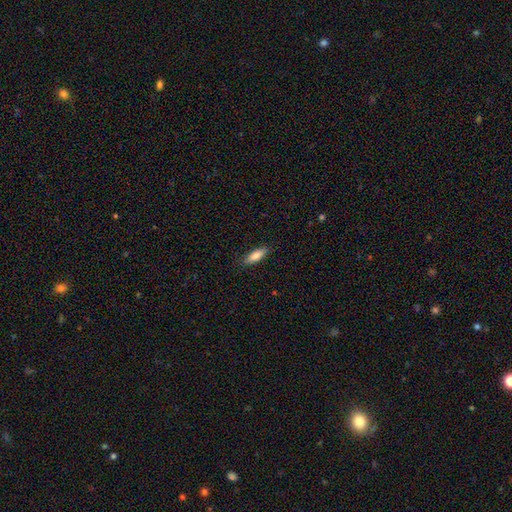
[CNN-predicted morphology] Overall: smooth (81%). How rounded: in between (50%; cigar-shaped 49%). Merging: none (86%).